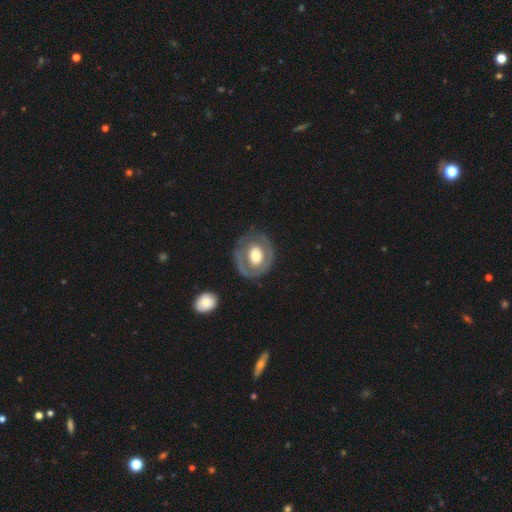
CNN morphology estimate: Smooth or featured?
  - featured or disk: 63% *
  - smooth: 32%
  - star or artifact: 5%
Edge-on disk?
  - no: 96% *
  - yes: 4%
Bar?
  - no: 73% *
  - weak: 19%
  - strong: 8%
Spiral arms?
  - no: 60% *
  - yes: 40%
Bulge size?
  - moderate: 52% *
  - large: 35%
  - small: 9%
  - dominant: 3%
  - none: 1%
Merging?
  - none: 71% *
  - minor disturbance: 17%
  - major disturbance: 10%
  - merger: 2%